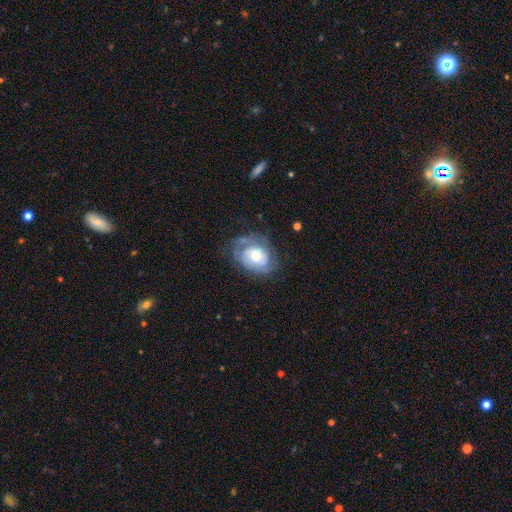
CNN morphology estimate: Smooth or featured? featured or disk (62%)
Edge-on disk? no (96%)
Bar? no (77%)
Spiral arms? yes (75%)
Bulge size? moderate (63%)
Merging? none (57%)